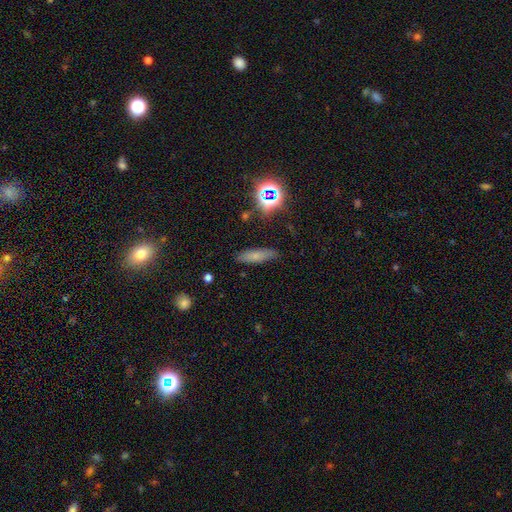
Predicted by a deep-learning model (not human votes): Smooth or featured: smooth — 68% (featured or disk — 17%)
How rounded: cigar-shaped — 59% (in between — 37%)
Merging: none — 82% (minor disturbance — 12%)